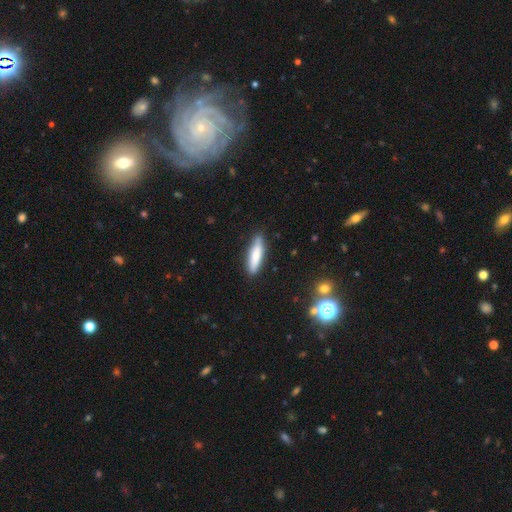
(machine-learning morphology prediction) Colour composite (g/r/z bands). It shows a smooth galaxy with no disk features (74%) that is cigar-shaped (73%). Merging: none (85%).